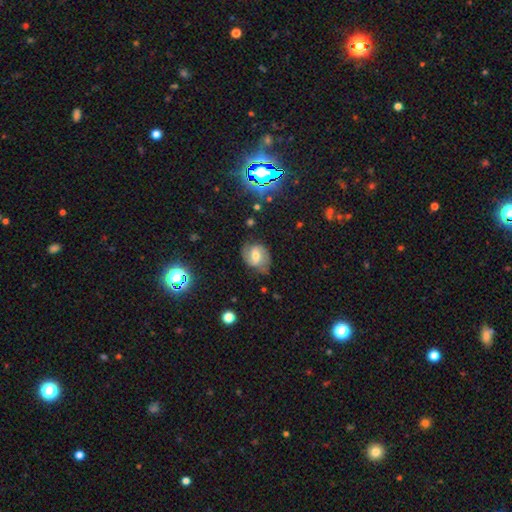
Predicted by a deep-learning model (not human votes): A featured or disk galaxy (67%) with a weak bar (51%), 2 (87%) medium (50%) spiral arms (90%) and a moderate central bulge (61%). Merging: none (72%).